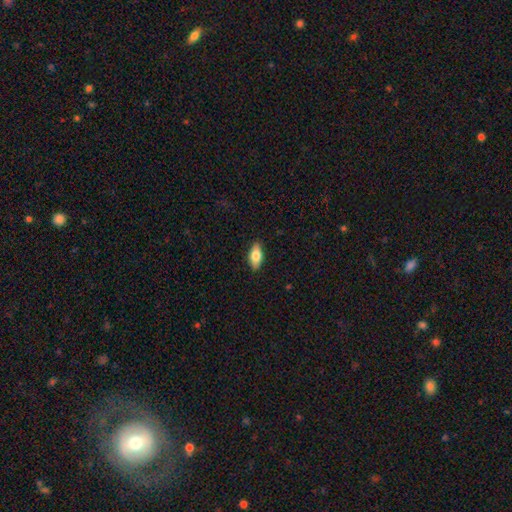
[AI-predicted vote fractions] The model was most divided on "smooth or featured": smooth: 76%, featured or disk: 18%, star or artifact: 6%. More confident: merging — none (88%); how rounded — in between (86%).